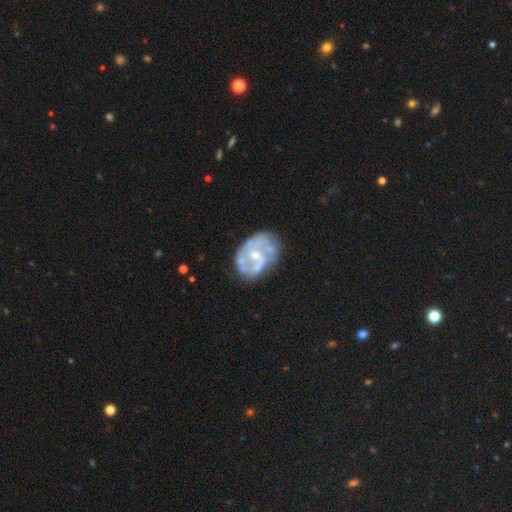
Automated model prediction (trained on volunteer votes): The model was most divided on "spiral arm count": 2: 39%, can't tell: 36%, 3: 12%, 1: 7%, 4: 3%, more than 4: 3%. Remaining: edge-on disk — no (98%); smooth or featured — featured or disk (77%); spiral arms — yes (67%); bar — no (61%); merging — none (55%); bulge size — small (49%); spiral winding — medium (41%).